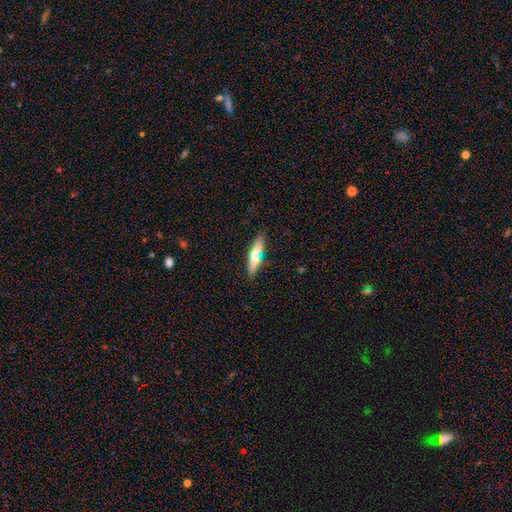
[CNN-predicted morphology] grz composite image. It shows a smooth galaxy with no disk features (48%). Merging: none (87%).